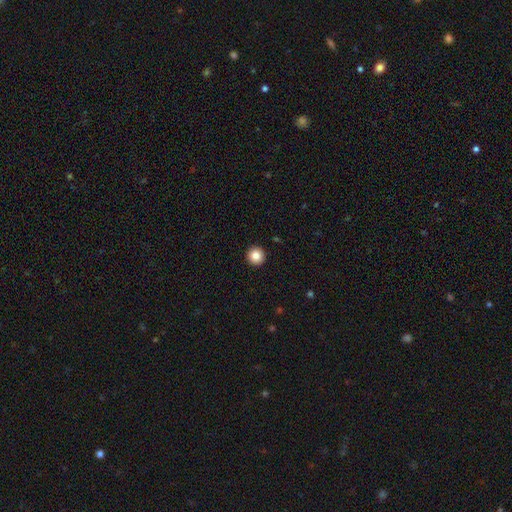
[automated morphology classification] This is clearly a smooth galaxy (85%). How rounded: clearly round (96%). Merging: clearly none (94%).